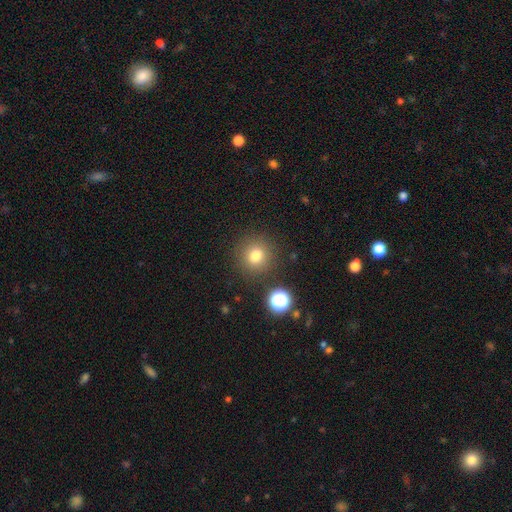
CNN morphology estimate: type=smooth (77%); roundness=round (92%); merging=none (87%).